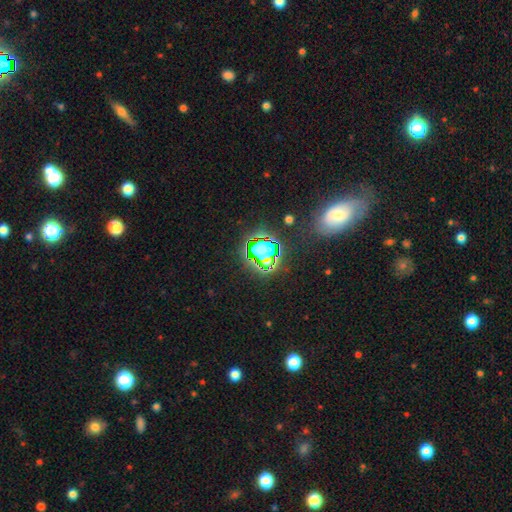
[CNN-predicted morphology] smooth_or_featured: star or artifact (p=0.69) [alt: smooth p=0.19]